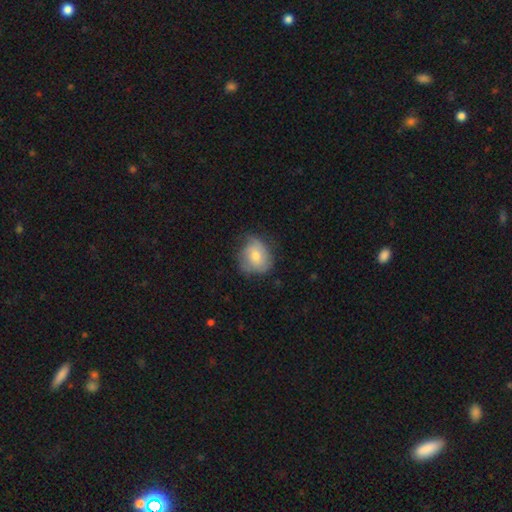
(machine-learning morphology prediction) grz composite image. It shows a smooth galaxy with no disk features (62%) that is round (66%). Merging: none (51%).